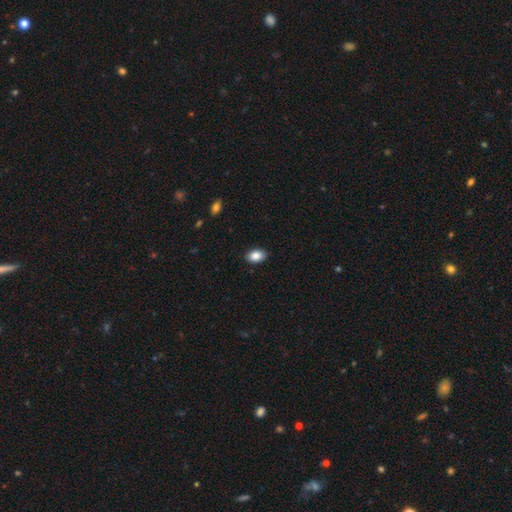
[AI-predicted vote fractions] A smooth galaxy with no disk features (86%) that is in between round and cigar-shaped (89%). Merging: none (89%).